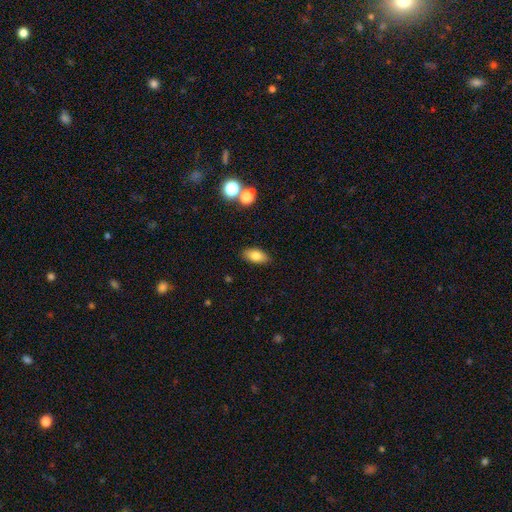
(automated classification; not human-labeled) smooth-or-featured: smooth: 80% | featured or disk: 11% | star or artifact: 9%
  how-rounded: in between: 87% | cigar-shaped: 9% | round: 5%
  merging: none: 87% | minor disturbance: 9% | major disturbance: 2% | merger: 2%